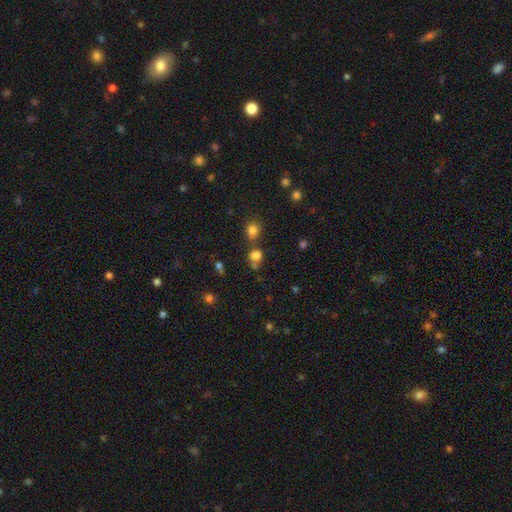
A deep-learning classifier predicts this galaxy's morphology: The model was most divided on "merging": none: 51%, merger: 29%, minor disturbance: 14%, major disturbance: 6%. More confident: smooth or featured — smooth (74%); how rounded — round (66%).